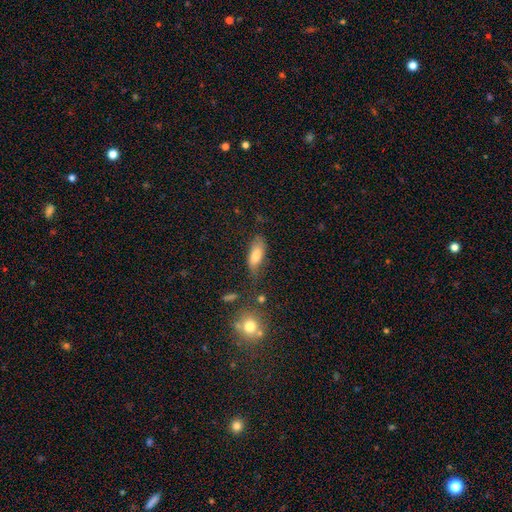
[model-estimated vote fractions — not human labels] smooth-or-featured: smooth: 76% | featured or disk: 15% | star or artifact: 9%
  how-rounded: in between: 73% | cigar-shaped: 24% | round: 3%
  merging: none: 57% | minor disturbance: 27% | major disturbance: 10% | merger: 6%